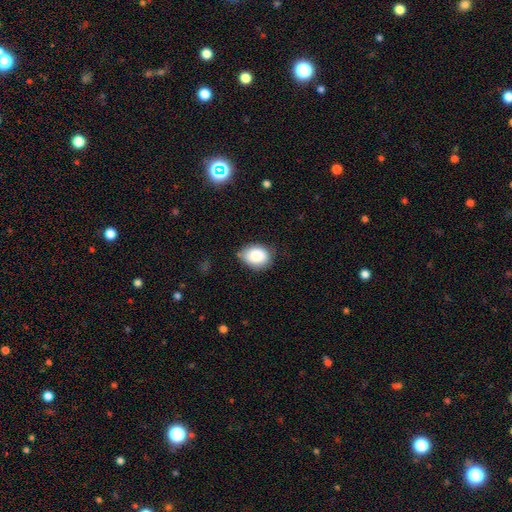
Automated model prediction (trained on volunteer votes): Overall: smooth (84%). How rounded: in between (62%; round 37%). Merging: none (73%).